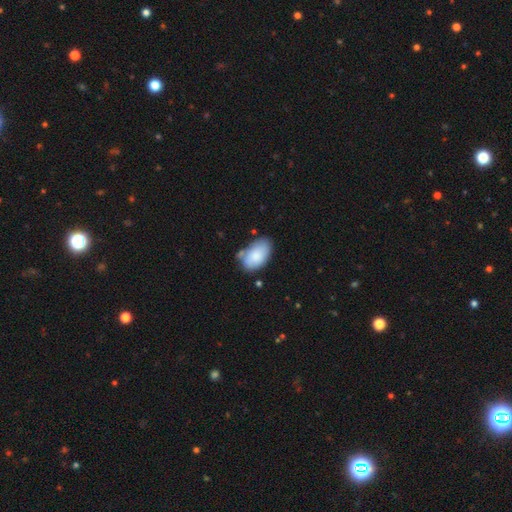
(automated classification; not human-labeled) This is clearly a smooth galaxy (83%). How rounded: clearly in between (94%). Merging: possibly none (57%).